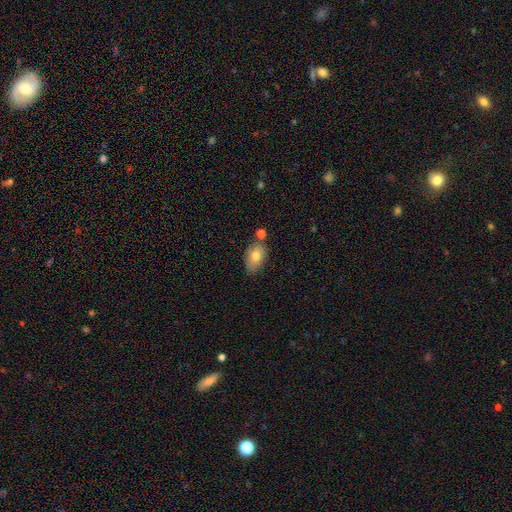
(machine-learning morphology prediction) This appears to be a smooth galaxy with no disk features (77%) that is in between round and cigar-shaped (88%). Merging: none (67%).